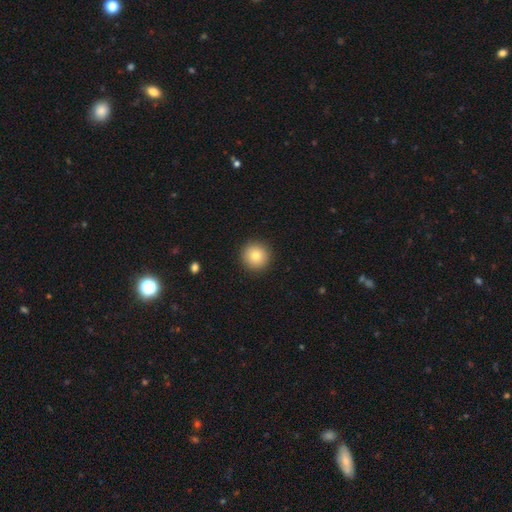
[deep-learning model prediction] A smooth galaxy with no disk features (80%) that is round (96%).

Vote fractions:
- Smooth or featured? smooth: 80% / star or artifact: 10% / featured or disk: 10%
- How rounded? round: 96% / in between: 3% / cigar-shaped: 1%
- Merging? none: 92% / minor disturbance: 5% / major disturbance: 2% / merger: 1%